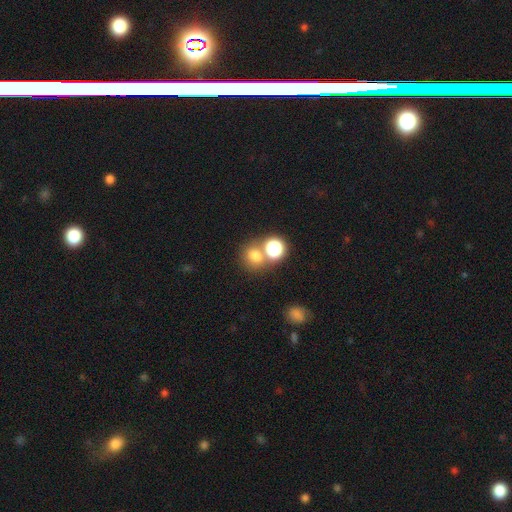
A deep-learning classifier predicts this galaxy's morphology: smooth-or-featured: smooth: 72% | star or artifact: 20% | featured or disk: 9%
  how-rounded: round: 75% | in between: 24% | cigar-shaped: 1%
  merging: none: 58% | merger: 29% | minor disturbance: 9% | major disturbance: 4%